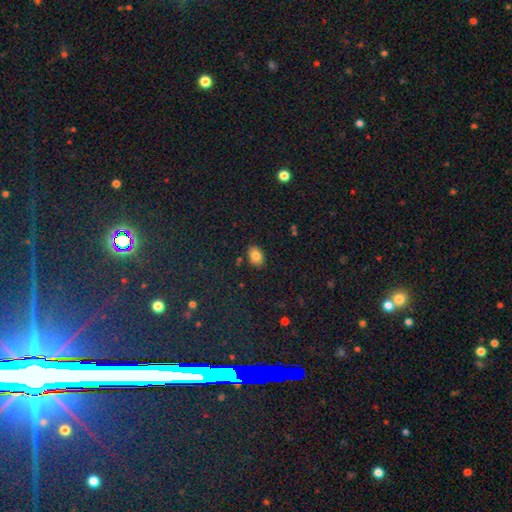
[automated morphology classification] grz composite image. It shows a smooth galaxy with no disk features (82%) that is in between round and cigar-shaped (83%). Merging: none (85%).